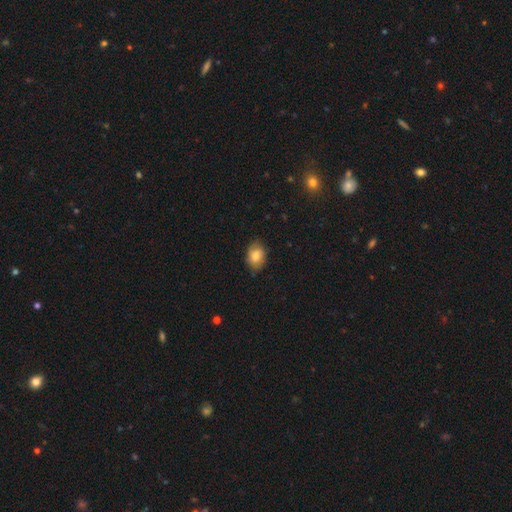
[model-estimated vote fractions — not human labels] A smooth galaxy with no disk features (78%) that is in between round and cigar-shaped (78%).

Vote fractions:
- Smooth or featured? smooth: 78% / featured or disk: 14% / star or artifact: 8%
- How rounded? in between: 78% / round: 20% / cigar-shaped: 1%
- Merging? none: 77% / minor disturbance: 19% / major disturbance: 4% / merger: 1%